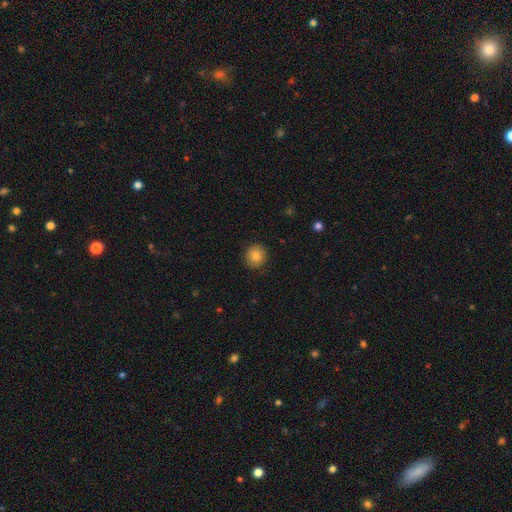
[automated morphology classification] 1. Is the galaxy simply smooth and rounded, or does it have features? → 83% smooth, 9% star or artifact, 7% featured or disk.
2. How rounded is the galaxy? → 90% round, 9% in between, 1% cigar-shaped.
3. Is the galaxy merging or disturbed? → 91% none, 6% minor disturbance, 2% major disturbance, 1% merger.